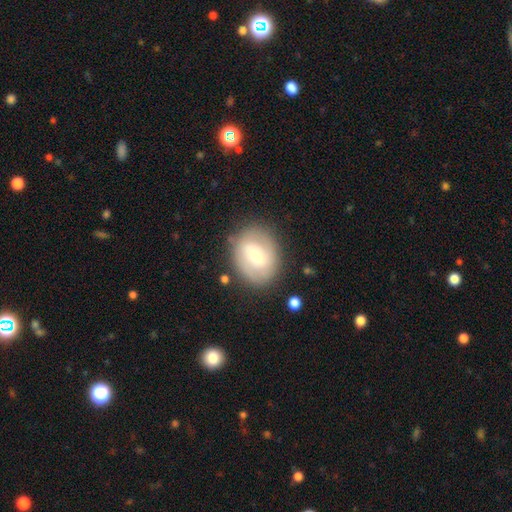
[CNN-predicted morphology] This appears to be a featured or disk galaxy (46%, tied with smooth). Merging: none (79%).